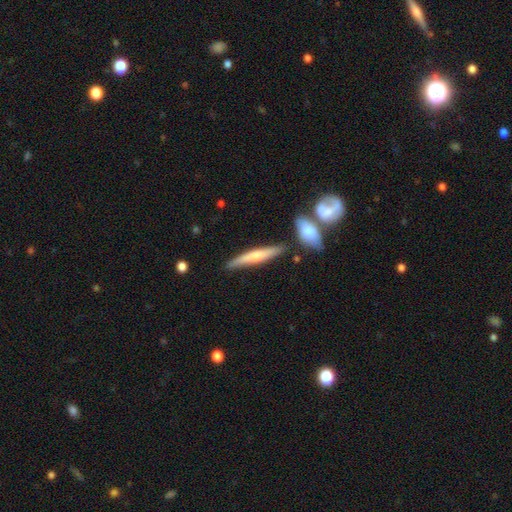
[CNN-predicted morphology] Q: Smooth or featured?
A: smooth (54%); runner-up: featured or disk (40%)
Q: How rounded?
A: cigar-shaped (91%); runner-up: in between (7%)
Q: Merging?
A: none (80%); runner-up: minor disturbance (11%)